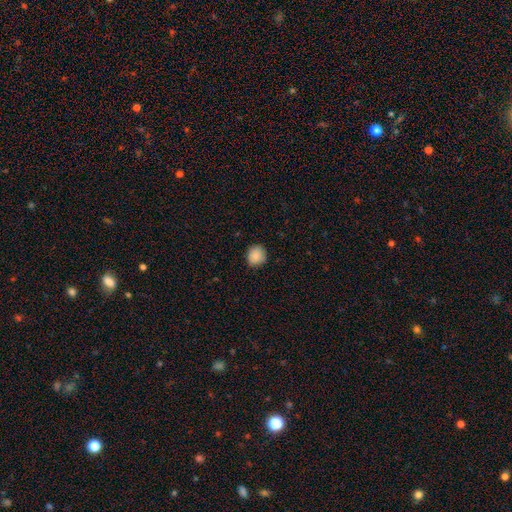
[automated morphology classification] Smooth or featured: smooth — 87% (star or artifact — 9%)
How rounded: round — 83% (in between — 16%)
Merging: none — 84% (minor disturbance — 13%)